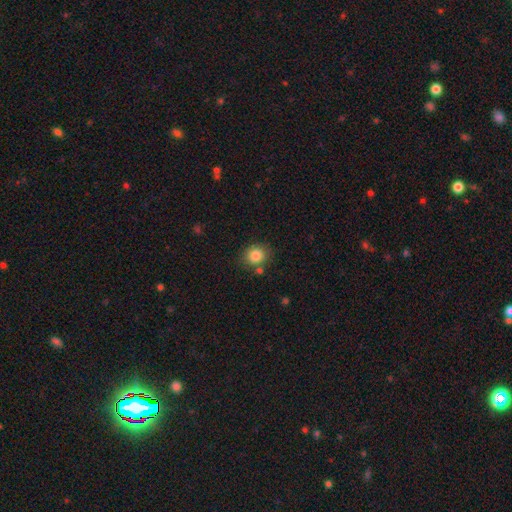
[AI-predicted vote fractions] Q: Smooth or featured?
A: smooth (84%); runner-up: star or artifact (10%)
Q: How rounded?
A: round (75%); runner-up: in between (24%)
Q: Merging?
A: none (76%); runner-up: minor disturbance (12%)